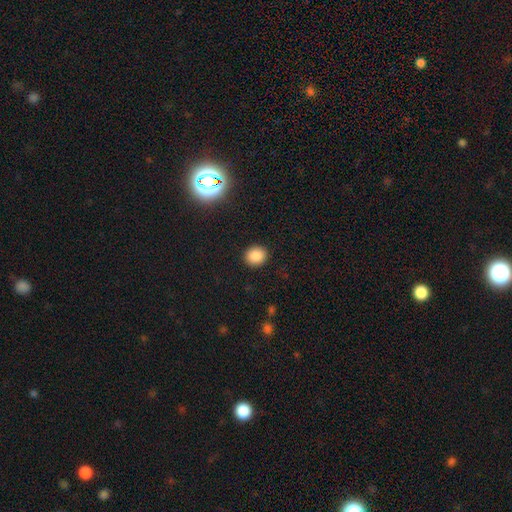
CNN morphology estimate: Smooth or featured: smooth — 85% (star or artifact — 11%)
How rounded: round — 77% (in between — 22%)
Merging: none — 91% (minor disturbance — 6%)